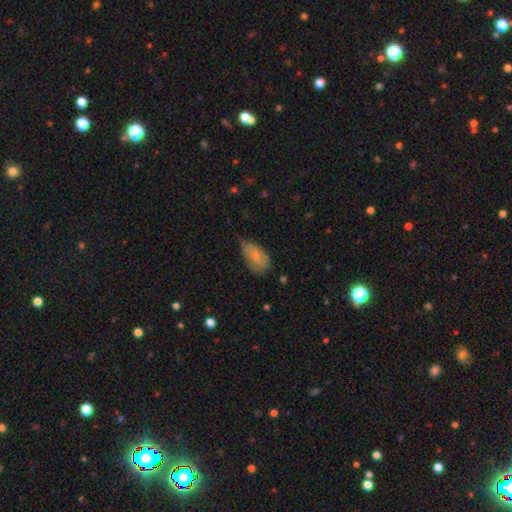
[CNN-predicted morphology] A smooth galaxy with no disk features (76%) that is in between round and cigar-shaped (92%).

Vote fractions:
- Smooth or featured? smooth: 76% / featured or disk: 17% / star or artifact: 7%
- How rounded? in between: 92% / round: 5% / cigar-shaped: 3%
- Merging? minor disturbance: 43% (tied) / none: 43% (tied) / major disturbance: 11% / merger: 2%